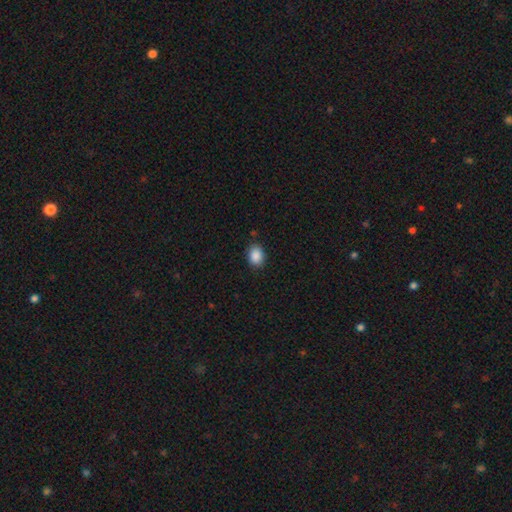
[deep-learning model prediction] Morphology: type=smooth (89%); roundness=in between (58%); merging=none (86%).